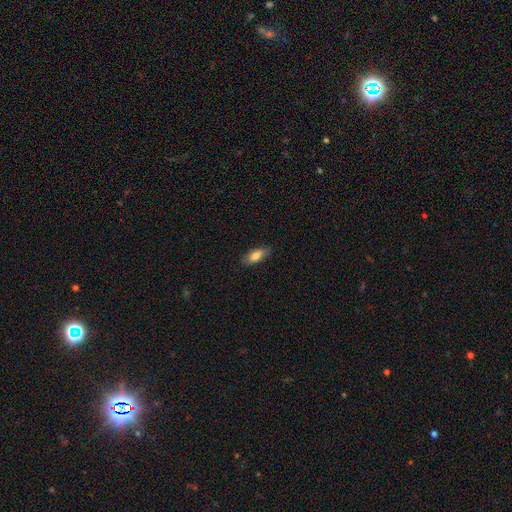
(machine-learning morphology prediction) The model was most divided on "how rounded": in between: 78%, cigar-shaped: 19%, round: 2%. More confident: merging — none (85%); smooth or featured — smooth (82%).